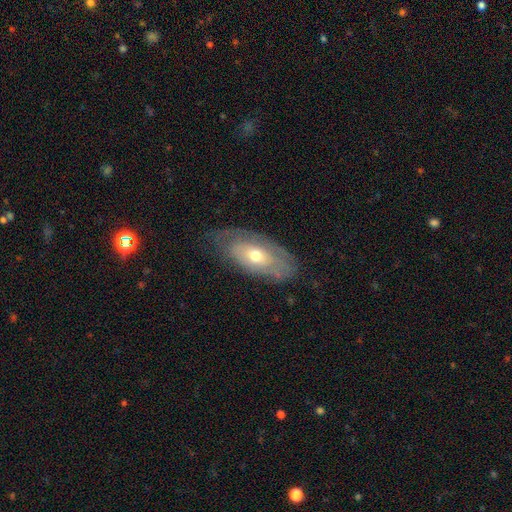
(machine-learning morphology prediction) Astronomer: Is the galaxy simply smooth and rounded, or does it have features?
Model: featured or disk — 51% (runner-up: smooth, 42%).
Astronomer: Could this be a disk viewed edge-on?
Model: no — 82%.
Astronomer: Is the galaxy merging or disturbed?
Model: none — 64%.